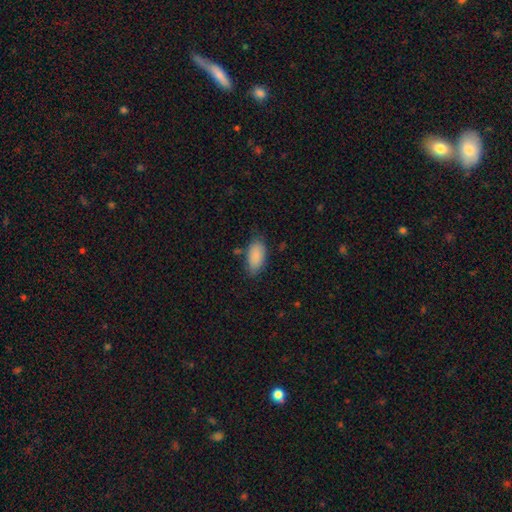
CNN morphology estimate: Q: Smooth or featured?
A: smooth (88%); runner-up: star or artifact (7%)
Q: How rounded?
A: in between (92%); runner-up: cigar-shaped (5%)
Q: Merging?
A: none (72%); runner-up: minor disturbance (20%)